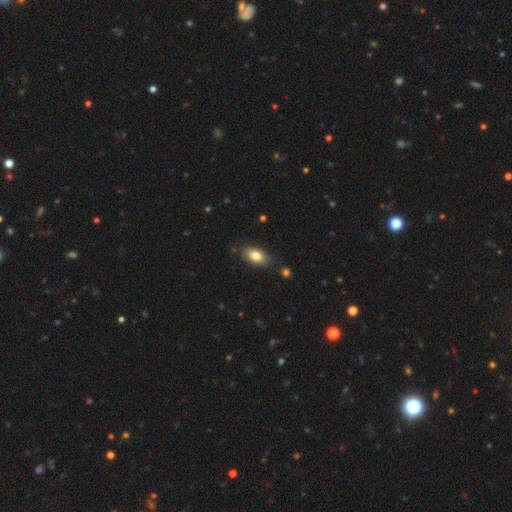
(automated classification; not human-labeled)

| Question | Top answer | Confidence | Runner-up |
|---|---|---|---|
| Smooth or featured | smooth | 82% | featured or disk (10%) |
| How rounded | in between | 91% | round (6%) |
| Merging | none | 83% | minor disturbance (12%) |